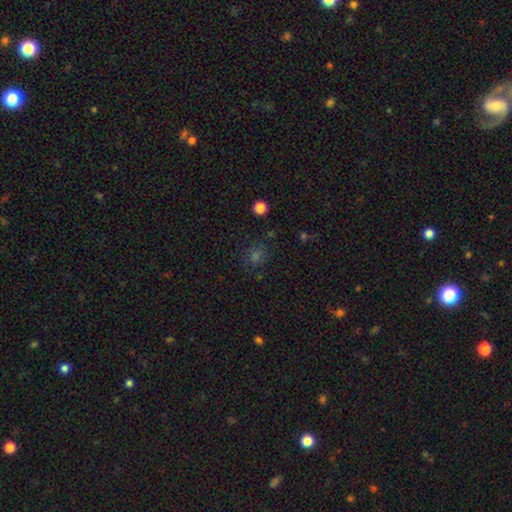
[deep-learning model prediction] A smooth galaxy with no disk features (58%) that is round (82%). Merging: none (83%).